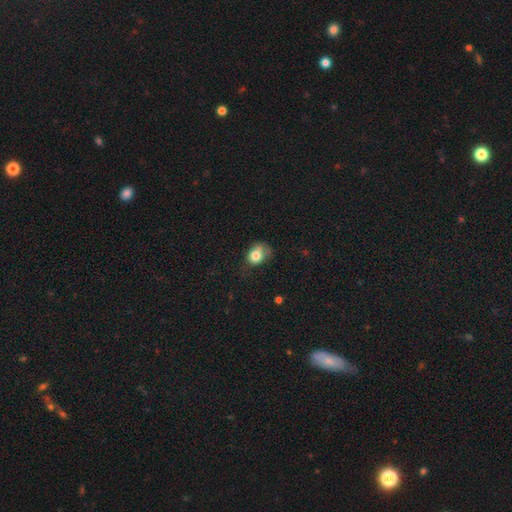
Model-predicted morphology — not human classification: Smooth or featured? smooth (77%)
How rounded? in between (55%)
Merging? minor disturbance (36%)